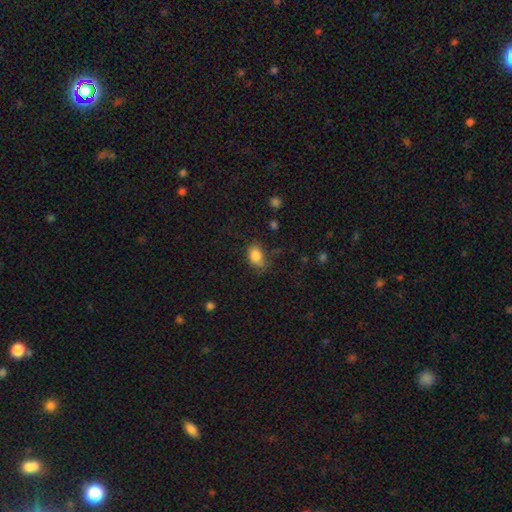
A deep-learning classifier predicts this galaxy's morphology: smooth-or-featured: smooth: 84% | star or artifact: 9% | featured or disk: 7%
  how-rounded: in between: 78% | round: 21% | cigar-shaped: 1%
  merging: none: 61% | minor disturbance: 27% | major disturbance: 9% | merger: 2%